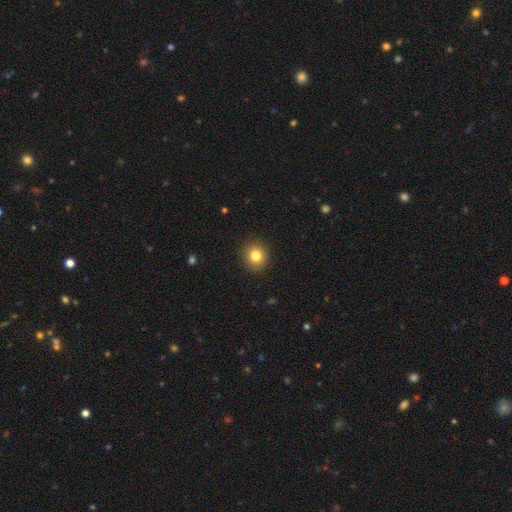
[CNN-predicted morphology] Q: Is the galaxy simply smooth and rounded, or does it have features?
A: smooth — 81%.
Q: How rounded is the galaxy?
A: round — 89%.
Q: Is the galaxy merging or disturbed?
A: none — 91%.